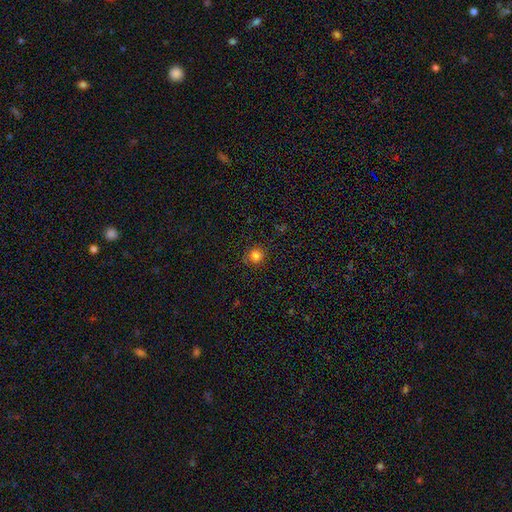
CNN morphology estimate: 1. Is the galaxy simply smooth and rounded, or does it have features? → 81% smooth, 14% star or artifact, 4% featured or disk.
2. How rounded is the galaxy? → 91% round, 8% in between, 1% cigar-shaped.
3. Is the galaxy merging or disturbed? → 85% none, 10% minor disturbance, 3% major disturbance, 2% merger.